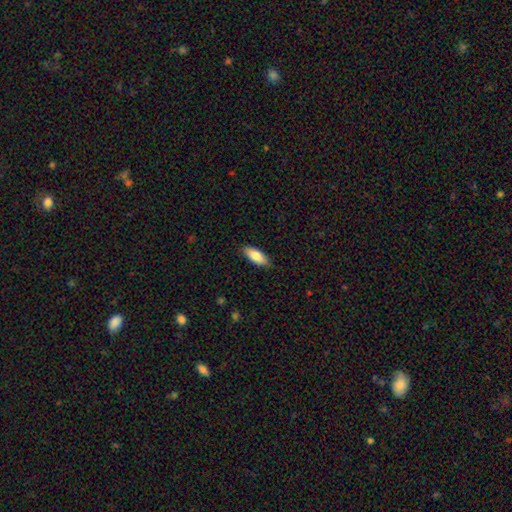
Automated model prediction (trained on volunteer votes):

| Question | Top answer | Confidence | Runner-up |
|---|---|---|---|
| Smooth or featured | smooth | 82% | featured or disk (12%) |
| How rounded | in between | 78% | cigar-shaped (20%) |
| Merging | none | 86% | minor disturbance (11%) |